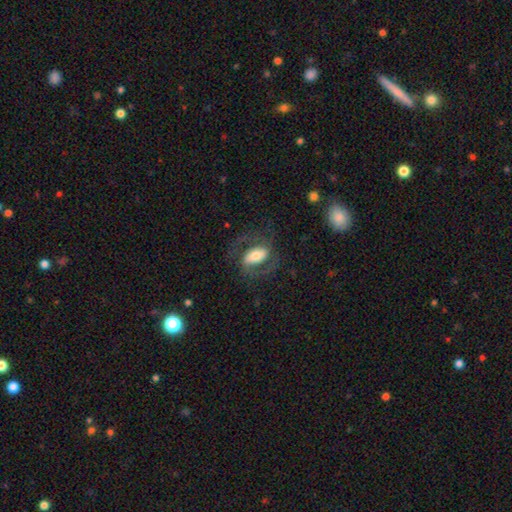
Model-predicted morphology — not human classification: Smooth or featured?
  - featured or disk: 67% *
  - smooth: 26%
  - star or artifact: 7%
Edge-on disk?
  - no: 95% *
  - yes: 5%
Bar?
  - strong: 41% *
  - weak: 34%
  - no: 25%
Spiral arms?
  - yes: 85% *
  - no: 15%
Spiral winding?
  - medium: 54% *
  - loose: 26%
  - tight: 20%
Spiral arm count?
  - 2: 86% *
  - can't tell: 6%
  - 1: 5%
  - 3: 2%
  - 4: 1%
  - more than 4: 1%
Bulge size?
  - moderate: 49% *
  - large: 26%
  - small: 19%
  - dominant: 4%
  - none: 2%
Merging?
  - none: 64% *
  - major disturbance: 19%
  - minor disturbance: 16%
  - merger: 2%